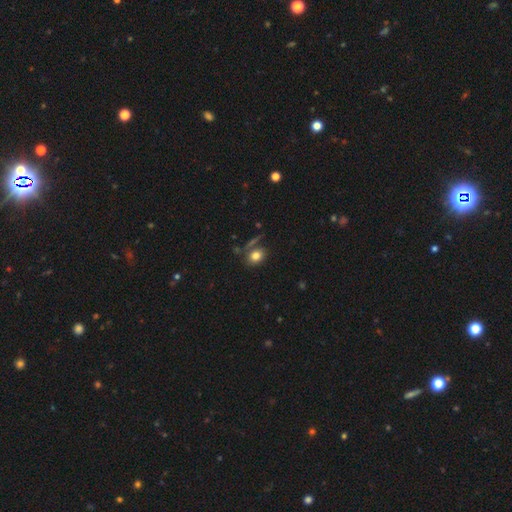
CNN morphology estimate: The model was most divided on "how rounded": in between: 58%, round: 40%, cigar-shaped: 2%. More confident: smooth or featured — smooth (79%); merging — none (67%).